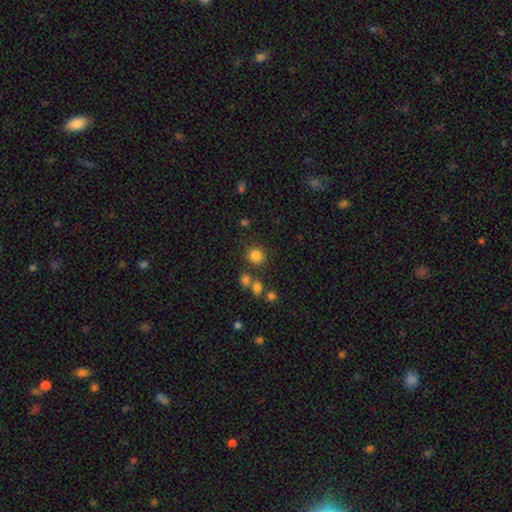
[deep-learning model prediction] A smooth galaxy with no disk features (82%) that is round (87%).

Vote fractions:
- Smooth or featured? smooth: 82% / star or artifact: 13% / featured or disk: 5%
- How rounded? round: 87% / in between: 12% / cigar-shaped: 1%
- Merging? none: 78% / merger: 9% / minor disturbance: 9% / major disturbance: 4%